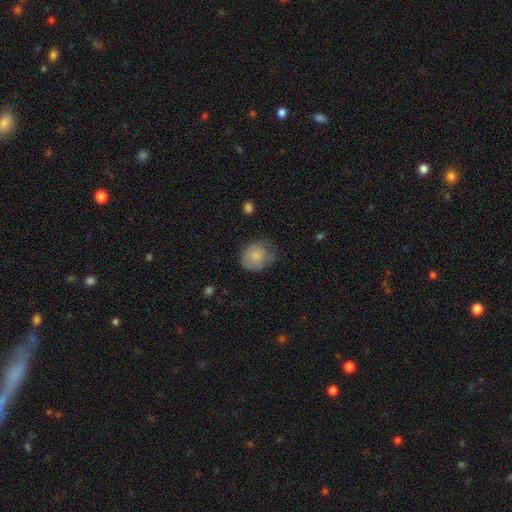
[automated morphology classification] Smooth or featured? Predicted: smooth (p=0.80). How rounded? Predicted: round (p=0.74). Merging? Predicted: none (p=0.56).